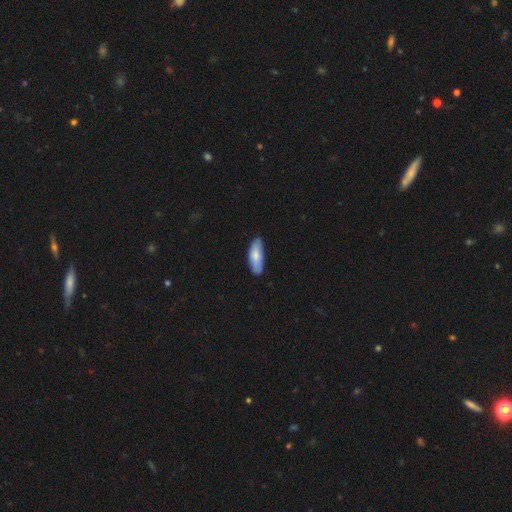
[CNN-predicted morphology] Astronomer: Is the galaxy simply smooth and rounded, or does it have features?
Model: smooth — 78%.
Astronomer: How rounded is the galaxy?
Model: in between — 73%.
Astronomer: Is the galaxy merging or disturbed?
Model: none — 79%.